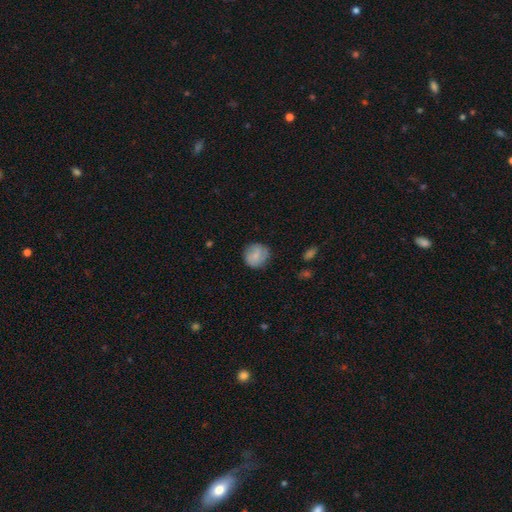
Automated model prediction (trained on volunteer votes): The model was most divided on "smooth or featured": smooth: 72%, featured or disk: 21%, star or artifact: 7%. More confident: how rounded — round (89%); merging — none (79%).